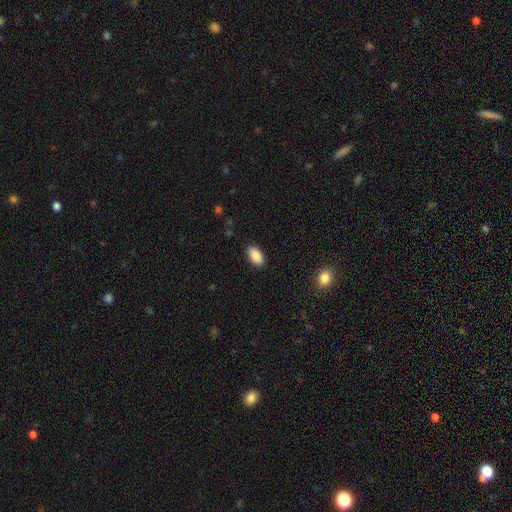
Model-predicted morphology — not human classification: Overall: smooth (89%). How rounded: in between (94%). Merging: none (89%).